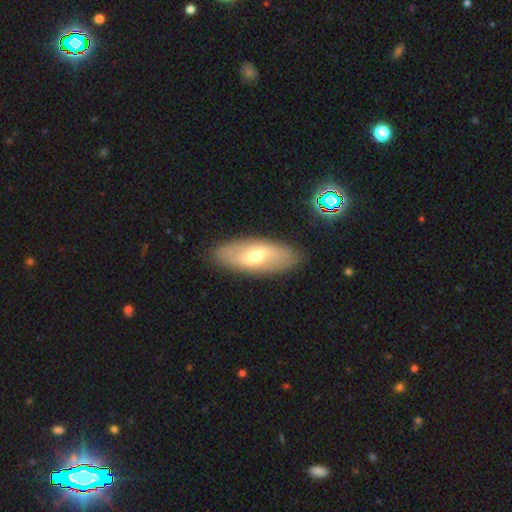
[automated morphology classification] smooth-or-featured: featured or disk: 50% | smooth: 43% | star or artifact: 7%
  disk-edge-on: no: 81% | yes: 19%
  merging: none: 87% | minor disturbance: 9% | major disturbance: 2% | merger: 1%